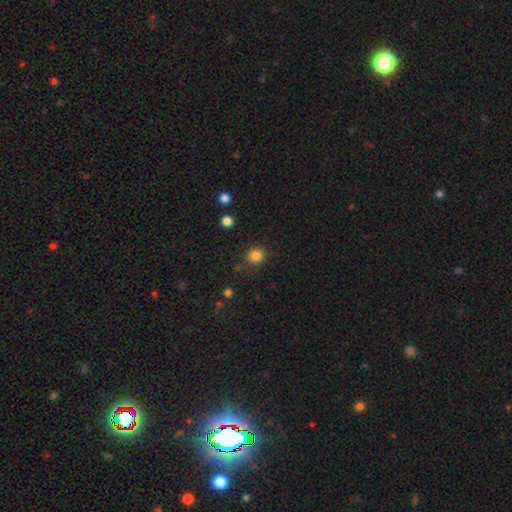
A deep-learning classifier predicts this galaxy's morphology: Smooth or featured: smooth — 83% (star or artifact — 13%)
How rounded: round — 82% (in between — 17%)
Merging: none — 82% (minor disturbance — 12%)